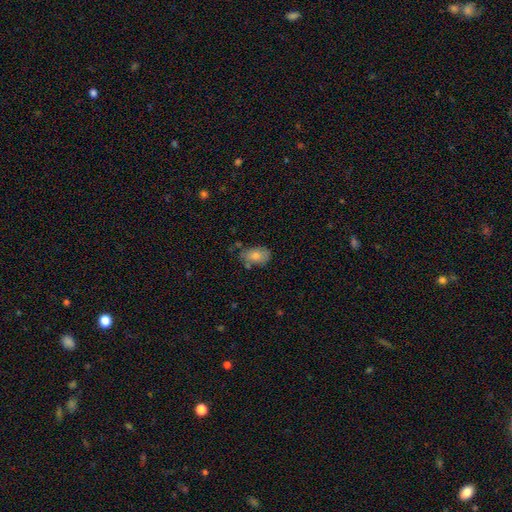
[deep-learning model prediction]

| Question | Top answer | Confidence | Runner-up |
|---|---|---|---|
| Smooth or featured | smooth | 77% | featured or disk (15%) |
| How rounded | in between | 86% | round (13%) |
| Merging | none | 61% | minor disturbance (25%) |